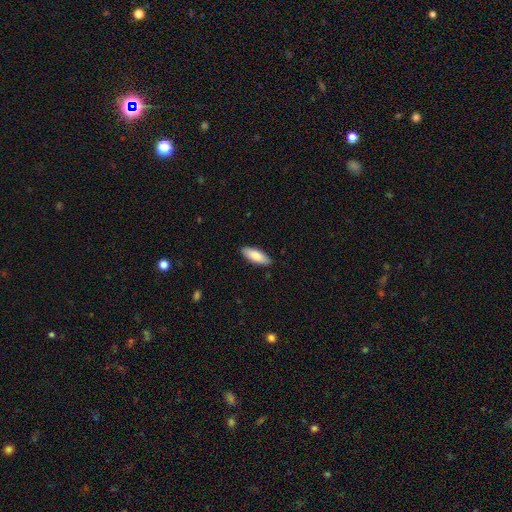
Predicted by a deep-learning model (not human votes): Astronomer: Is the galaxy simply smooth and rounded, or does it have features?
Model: smooth — 87%.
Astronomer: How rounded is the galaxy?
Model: in between — 70%.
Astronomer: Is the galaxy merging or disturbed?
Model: none — 89%.